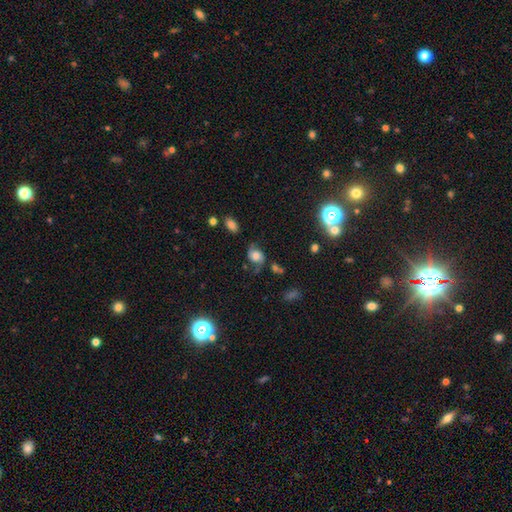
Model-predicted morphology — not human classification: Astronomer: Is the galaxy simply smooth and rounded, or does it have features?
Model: featured or disk — 57%.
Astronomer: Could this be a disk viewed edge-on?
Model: no — 96%.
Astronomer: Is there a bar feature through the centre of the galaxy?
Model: no — 70%.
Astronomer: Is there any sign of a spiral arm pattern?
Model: yes — 89%.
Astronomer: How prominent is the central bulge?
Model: large — 40% (runner-up: moderate, 33%).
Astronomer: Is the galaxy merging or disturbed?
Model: none — 60%.